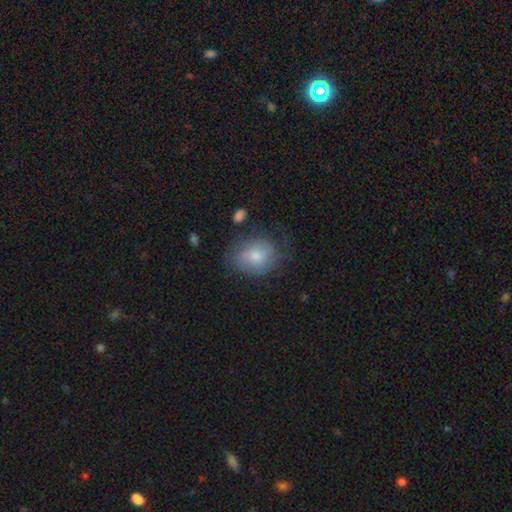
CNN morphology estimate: This appears to be a smooth galaxy with no disk features (60%) that is in between round and cigar-shaped (58%). Merging: none (60%).